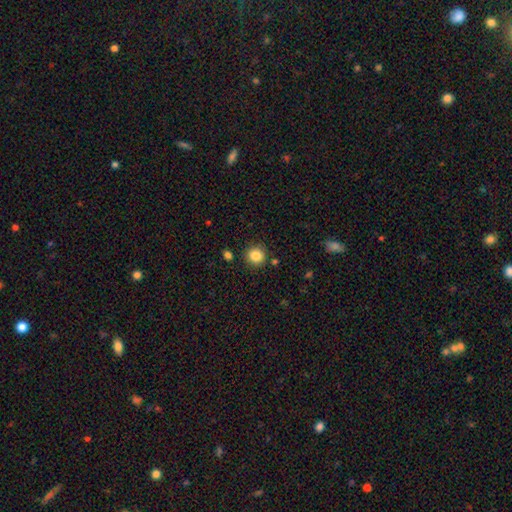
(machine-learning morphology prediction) Smooth or featured?
  - smooth: 84% *
  - star or artifact: 11%
  - featured or disk: 5%
How rounded?
  - round: 92% *
  - in between: 7%
  - cigar-shaped: 1%
Merging?
  - none: 87% *
  - minor disturbance: 7%
  - merger: 3%
  - major disturbance: 2%